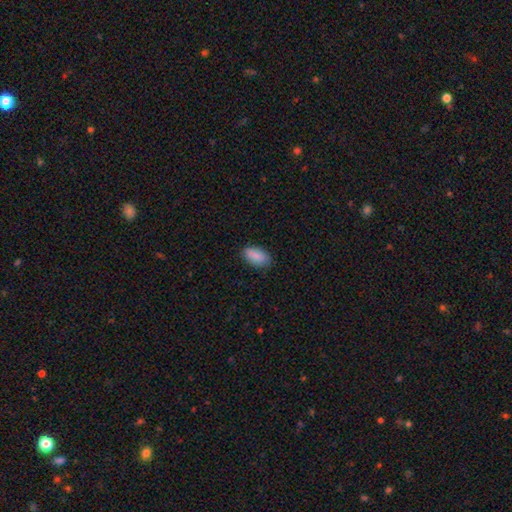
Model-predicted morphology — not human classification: smooth-or-featured: smooth: 89% | star or artifact: 7% | featured or disk: 5%
  how-rounded: in between: 93% | cigar-shaped: 4% | round: 3%
  merging: none: 82% | minor disturbance: 14% | major disturbance: 3% | merger: 1%